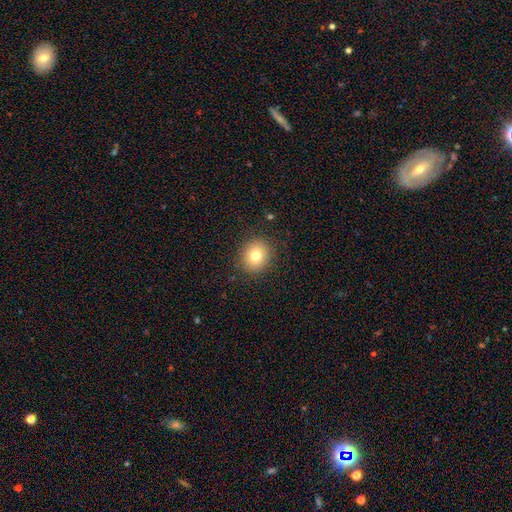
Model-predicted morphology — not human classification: Smooth or featured?
  - smooth: 78% *
  - star or artifact: 11%
  - featured or disk: 10%
How rounded?
  - round: 80% *
  - in between: 20%
  - cigar-shaped: 1%
Merging?
  - none: 88% *
  - minor disturbance: 8%
  - major disturbance: 3%
  - merger: 1%